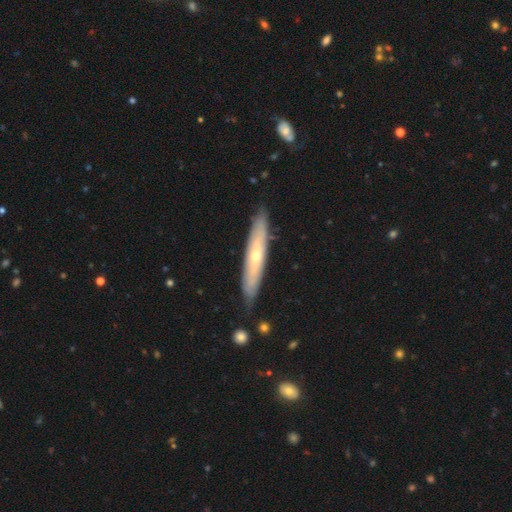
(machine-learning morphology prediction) Smooth or featured? featured or disk (60%)
Edge-on disk? yes (70%)
Merging? none (84%)